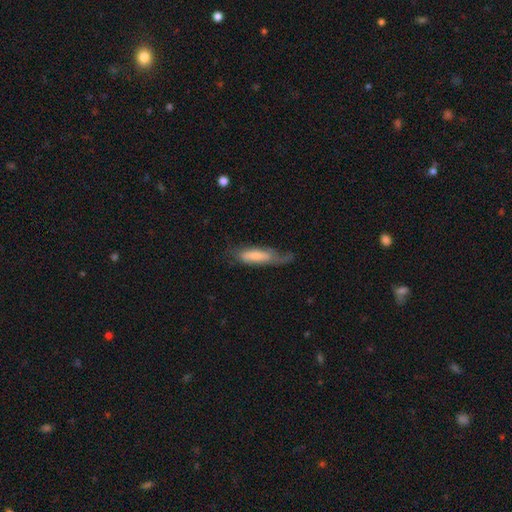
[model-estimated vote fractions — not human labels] This is possibly a smooth galaxy (55%). How rounded: possibly in between (53%). Merging: marginally none (41%).